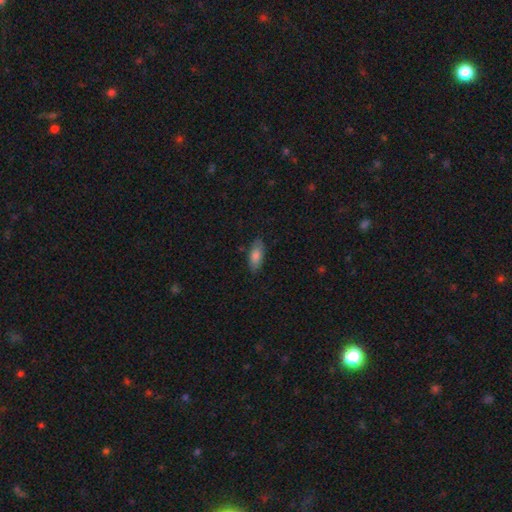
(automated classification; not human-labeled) Smooth or featured?
  - smooth: 81% *
  - featured or disk: 12%
  - star or artifact: 7%
How rounded?
  - in between: 85% *
  - cigar-shaped: 12%
  - round: 2%
Merging?
  - none: 83% *
  - minor disturbance: 14%
  - major disturbance: 3%
  - merger: 1%